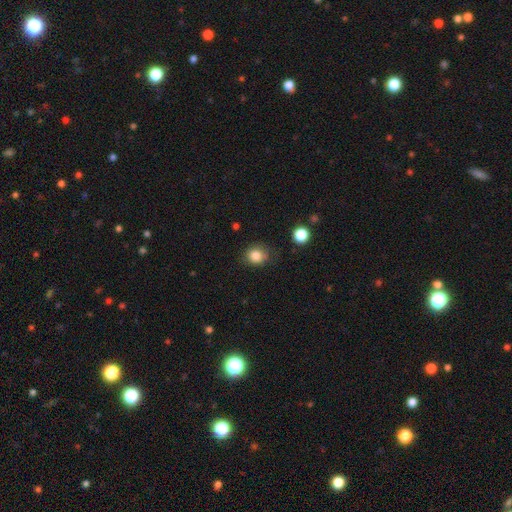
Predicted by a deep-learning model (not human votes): Smooth or featured: smooth — 83% (star or artifact — 11%)
How rounded: round — 75% (in between — 24%)
Merging: none — 73% (minor disturbance — 20%)